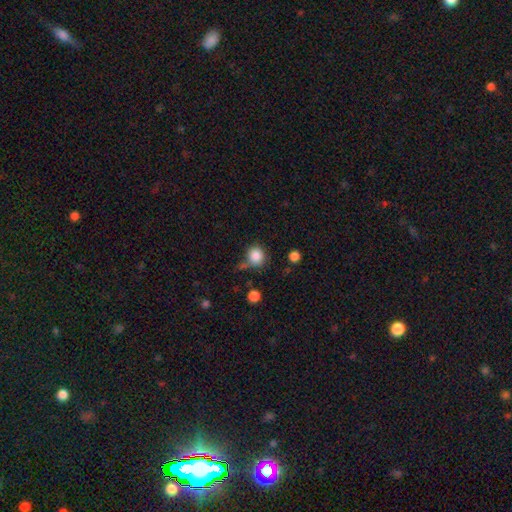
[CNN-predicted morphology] Smooth or featured? Predicted: smooth (p=0.85). How rounded? Predicted: round (p=0.89). Merging? Predicted: none (p=0.64).